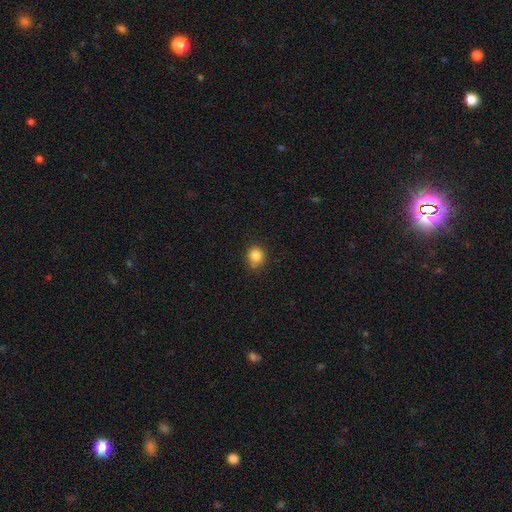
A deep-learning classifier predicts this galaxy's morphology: This appears to be a smooth galaxy with no disk features (84%) that is round (78%). Merging: none (71%).